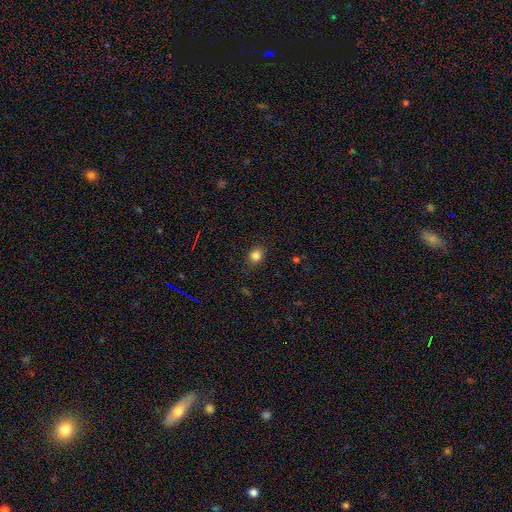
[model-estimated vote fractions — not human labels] This is clearly a smooth galaxy (82%). How rounded: likely round (68%). Merging: clearly none (83%).